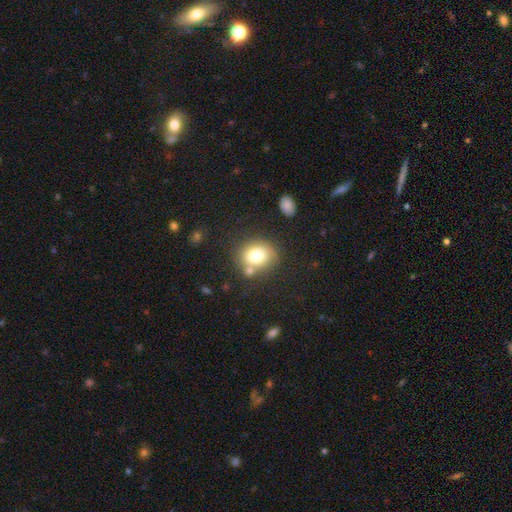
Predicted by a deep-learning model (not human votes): This is likely a smooth galaxy (77%). How rounded: likely round (64%). Merging: likely none (63%).